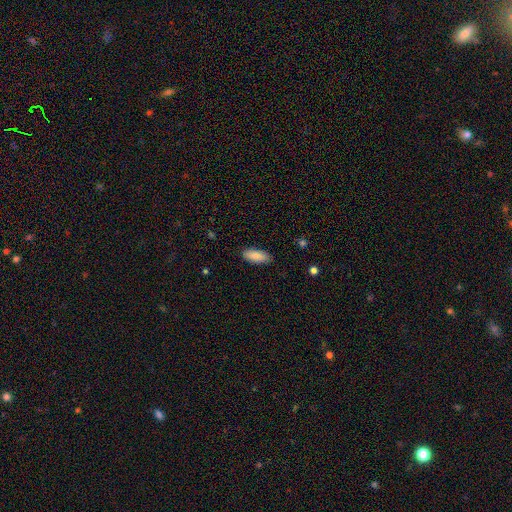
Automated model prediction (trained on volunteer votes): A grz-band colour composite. It shows a smooth galaxy with no disk features (88%) that is in between round and cigar-shaped (82%). Merging: none (88%).